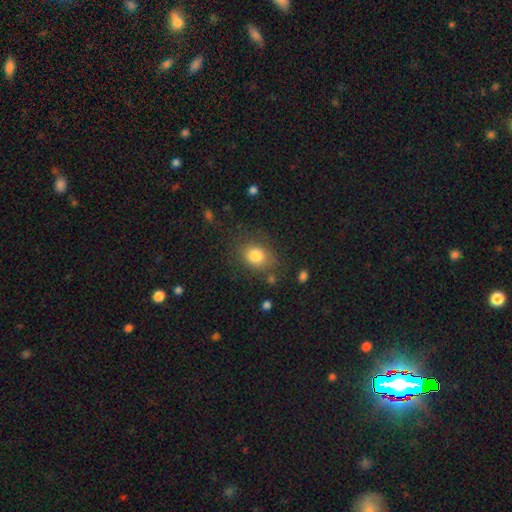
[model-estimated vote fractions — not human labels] smooth-or-featured: smooth: 82% | star or artifact: 10% | featured or disk: 9%
  how-rounded: in between: 52% | round: 47% | cigar-shaped: 1%
  merging: none: 74% | minor disturbance: 16% | major disturbance: 6% | merger: 3%